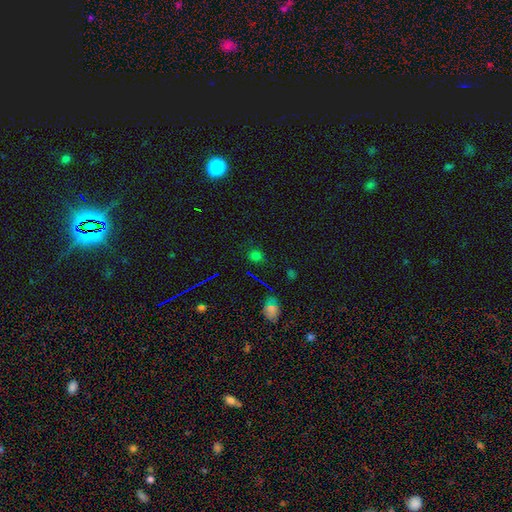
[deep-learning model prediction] Overall: smooth (59%; star or artifact 35%). How rounded: round (80%). Merging: none (82%).